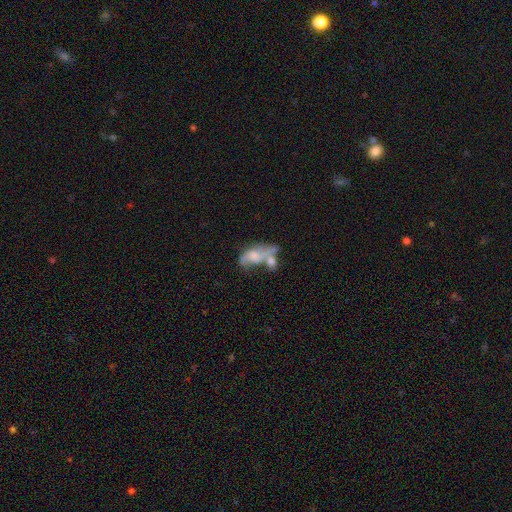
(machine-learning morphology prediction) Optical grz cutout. It shows a featured or disk galaxy (49%). Merging: merger (45%).